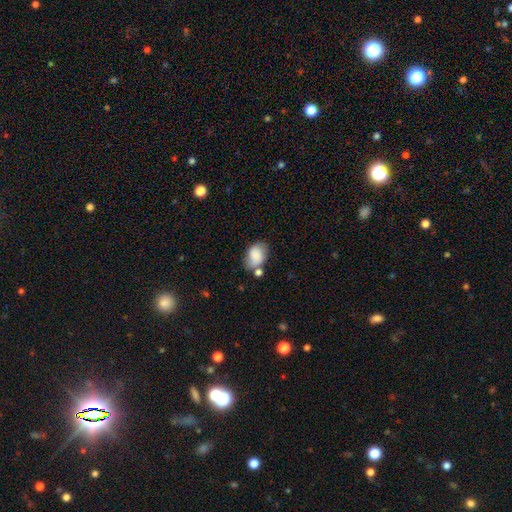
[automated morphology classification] smooth 80%, featured or disk 12%, star or artifact 8%. Down the decision tree: how rounded — in between (76%); merging — none (50%).